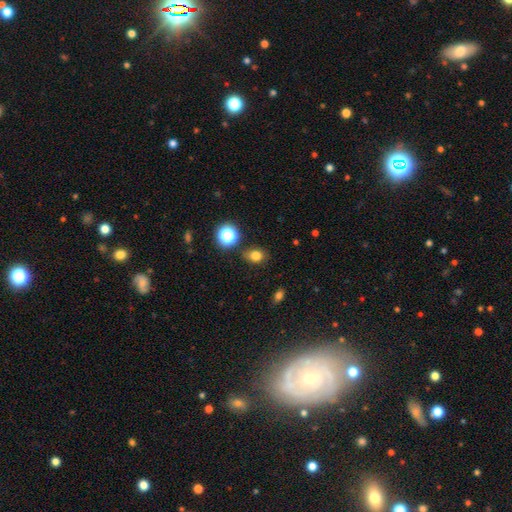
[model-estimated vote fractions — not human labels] A smooth galaxy with no disk features (78%) that is in between round and cigar-shaped (51%).

Vote fractions:
- Smooth or featured? smooth: 78% / star or artifact: 15% / featured or disk: 7%
- How rounded? in between: 51% / round: 47% / cigar-shaped: 1%
- Merging? none: 78% / minor disturbance: 14% / major disturbance: 4% / merger: 4%